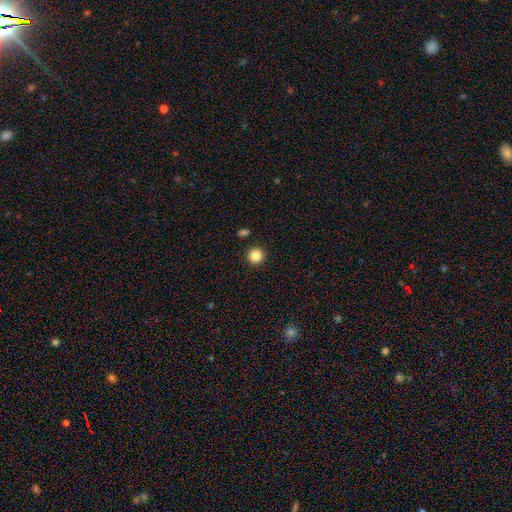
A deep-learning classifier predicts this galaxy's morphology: smooth_or_featured: smooth (p=0.86) [alt: star or artifact p=0.10]
how_rounded: round (p=0.95) [alt: in between p=0.04]
merging: none (p=0.91) [alt: minor disturbance p=0.05]